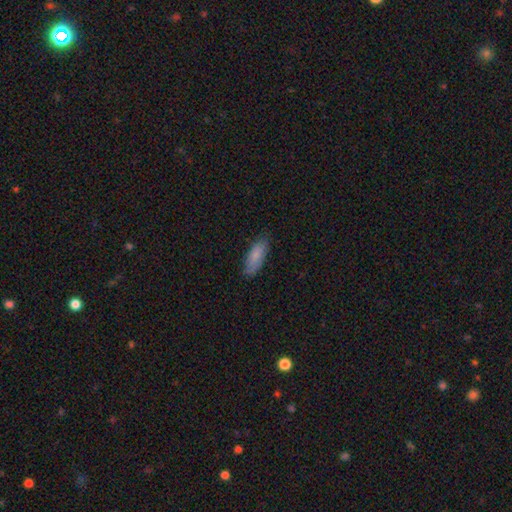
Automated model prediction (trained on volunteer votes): This appears to be a smooth galaxy with no disk features (83%) that is in between round and cigar-shaped (66%). Merging: none (80%).